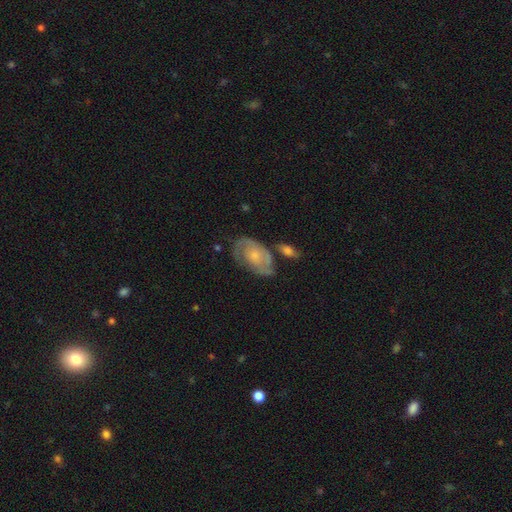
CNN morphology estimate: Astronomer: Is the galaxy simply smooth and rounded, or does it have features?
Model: featured or disk — 70%.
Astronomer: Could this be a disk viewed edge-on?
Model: no — 96%.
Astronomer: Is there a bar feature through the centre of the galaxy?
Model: no — 76%.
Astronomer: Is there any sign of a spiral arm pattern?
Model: yes — 84%.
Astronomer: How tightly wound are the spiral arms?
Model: tight — 51% (runner-up: medium, 36%).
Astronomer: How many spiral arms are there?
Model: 2 — 53%.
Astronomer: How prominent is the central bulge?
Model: small — 49% (runner-up: moderate, 36%).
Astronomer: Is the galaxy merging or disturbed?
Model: none — 57%.